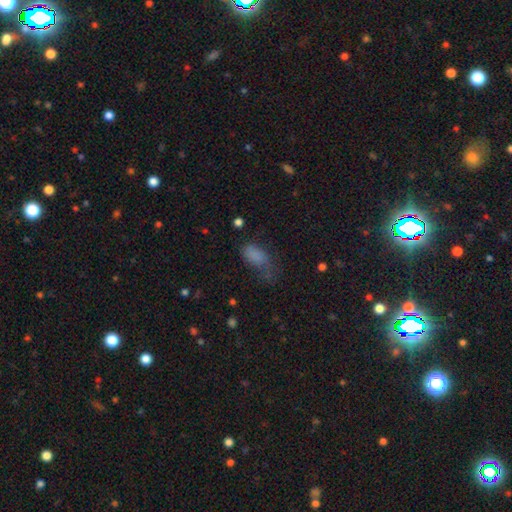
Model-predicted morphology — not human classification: Smooth or featured? Predicted: smooth (p=0.78). How rounded? Predicted: in between (p=0.90). Merging? Predicted: none (p=0.36).